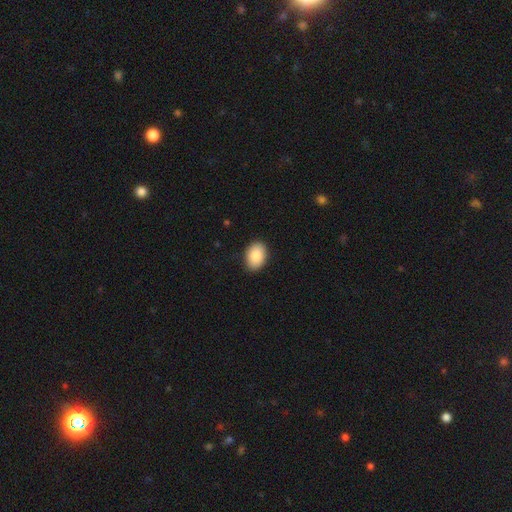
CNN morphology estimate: This is clearly a smooth galaxy (84%). How rounded: clearly in between (81%). Merging: clearly none (90%).